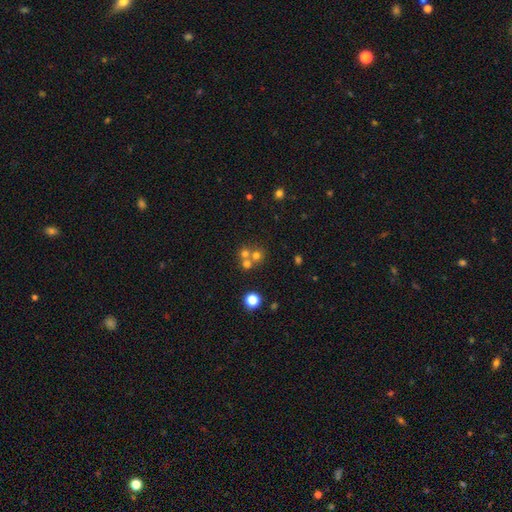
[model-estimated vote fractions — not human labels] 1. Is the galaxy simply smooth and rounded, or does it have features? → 61% smooth, 22% star or artifact, 18% featured or disk.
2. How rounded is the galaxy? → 88% round, 11% in between, 1% cigar-shaped.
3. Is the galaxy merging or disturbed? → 46% none, 45% merger, 6% minor disturbance, 3% major disturbance.